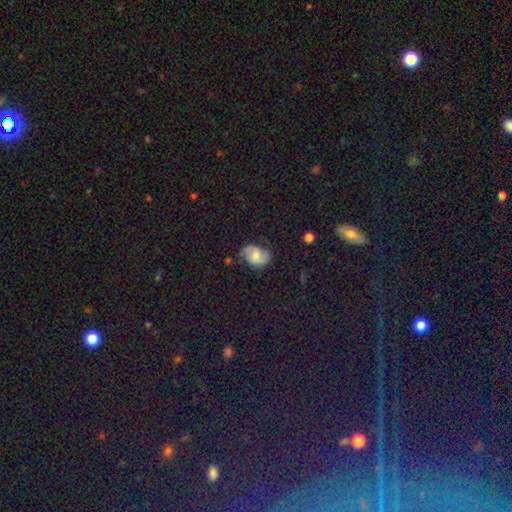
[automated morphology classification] Q: Smooth or featured?
A: featured or disk (57%); runner-up: smooth (32%)
Q: Edge-on disk?
A: no (97%); runner-up: yes (3%)
Q: Bar?
A: no (53%); runner-up: weak (39%)
Q: Spiral arms?
A: yes (88%); runner-up: no (12%)
Q: Bulge size?
A: moderate (59%); runner-up: small (27%)
Q: Merging?
A: none (69%); runner-up: minor disturbance (22%)